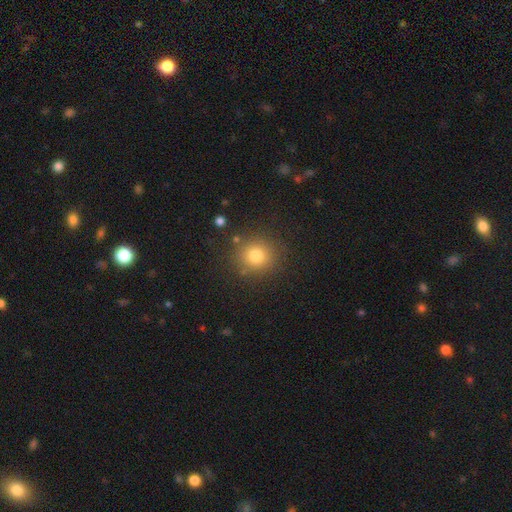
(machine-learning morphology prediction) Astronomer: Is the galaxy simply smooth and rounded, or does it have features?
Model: smooth — 78%.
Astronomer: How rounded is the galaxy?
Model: round — 88%.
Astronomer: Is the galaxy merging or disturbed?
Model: none — 85%.